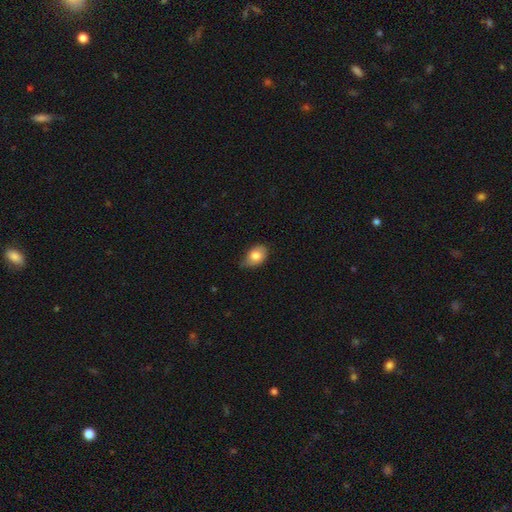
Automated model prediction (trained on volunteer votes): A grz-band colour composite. It shows a smooth galaxy with no disk features (80%) that is in between round and cigar-shaped (78%). Merging: none (57%).